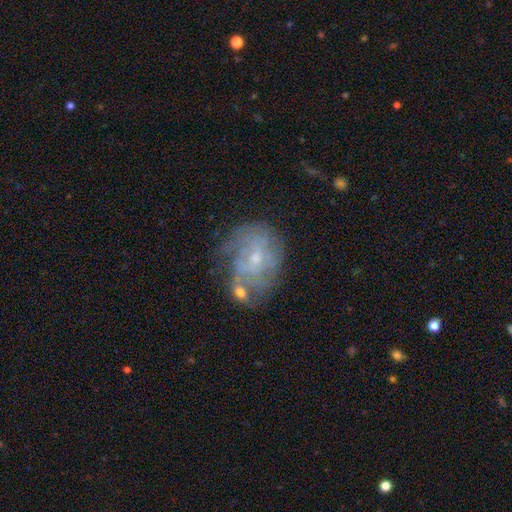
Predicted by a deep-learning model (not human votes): This is likely a featured or disk galaxy (66%). It is clearly not viewed edge-on (97%). Bar: possibly no (60%). Spiral arm pattern: likely yes (75%). Central bulge: likely small (70%). Merging: possibly none (56%).